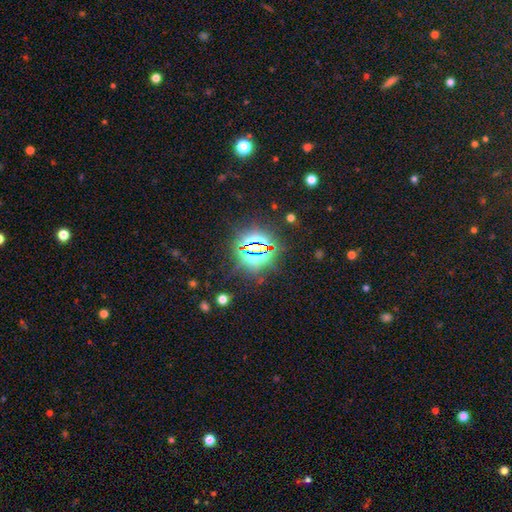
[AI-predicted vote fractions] This is clearly a star or artifact rather than a galaxy (82%).